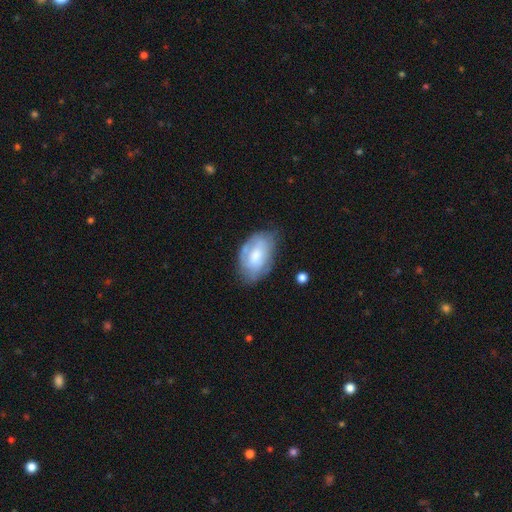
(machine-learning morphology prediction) A smooth galaxy with no disk features (49%). Merging: none (55%).